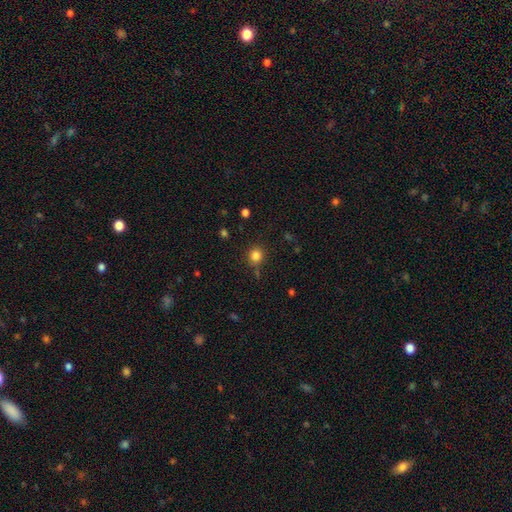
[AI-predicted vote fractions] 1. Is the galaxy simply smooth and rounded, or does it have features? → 82% smooth, 13% star or artifact, 5% featured or disk.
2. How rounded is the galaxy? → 88% round, 11% in between, 1% cigar-shaped.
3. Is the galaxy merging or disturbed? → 82% none, 10% minor disturbance, 4% merger, 3% major disturbance.